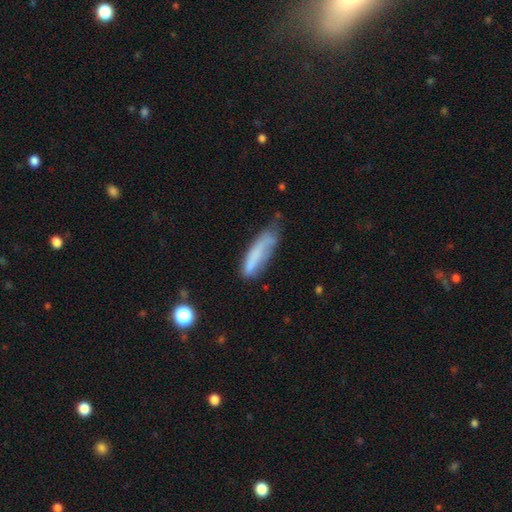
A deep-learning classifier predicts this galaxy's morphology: A smooth galaxy with no disk features (69%) that is cigar-shaped (65%).

Vote fractions:
- Smooth or featured? smooth: 69% / featured or disk: 22% / star or artifact: 9%
- How rounded? cigar-shaped: 65% / in between: 33% / round: 2%
- Merging? none: 39% / minor disturbance: 37% / major disturbance: 19% / merger: 5%